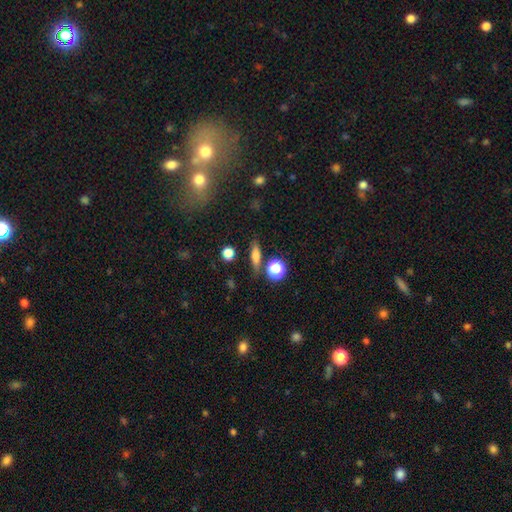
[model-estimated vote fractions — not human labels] A smooth galaxy with no disk features (71%) that is cigar-shaped (45%).

Vote fractions:
- Smooth or featured? smooth: 71% / star or artifact: 15% / featured or disk: 14%
- How rounded? cigar-shaped: 45% / in between: 41% / round: 14%
- Merging? none: 79% / minor disturbance: 12% / merger: 5% / major disturbance: 4%